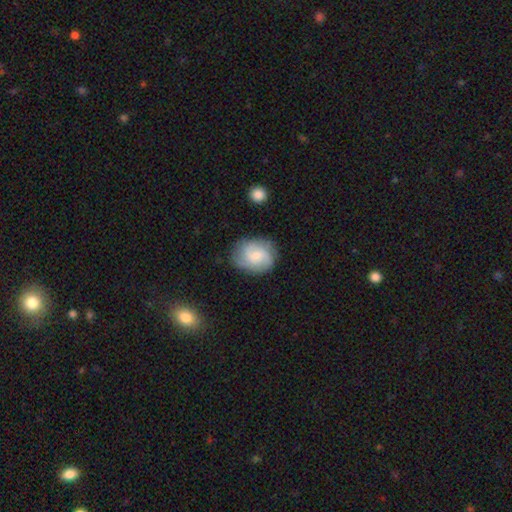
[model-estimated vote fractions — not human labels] Morphology: type=featured or disk (52%); edge-on=no (97%); bar=no (47%, tied with weak); spiral arms=yes (90%); bulge=small (53%); merging=none (73%).